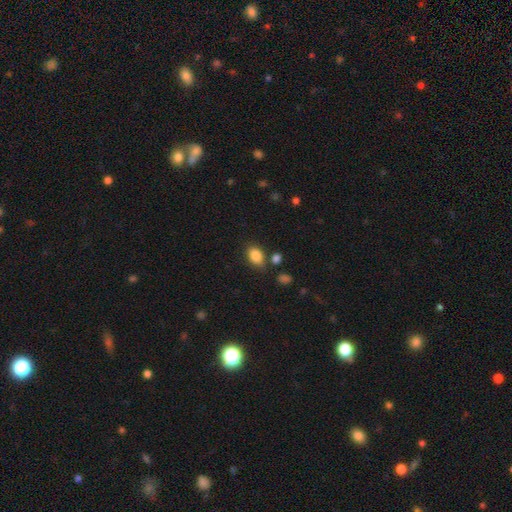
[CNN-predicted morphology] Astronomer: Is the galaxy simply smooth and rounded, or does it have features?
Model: smooth — 85%.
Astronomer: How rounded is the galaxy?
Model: in between — 78%.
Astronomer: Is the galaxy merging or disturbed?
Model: none — 72%.